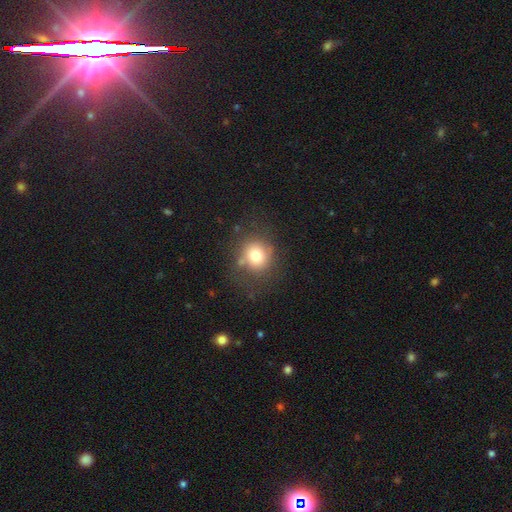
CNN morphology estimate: Overall: smooth (74%). How rounded: round (84%). Merging: none (72%).